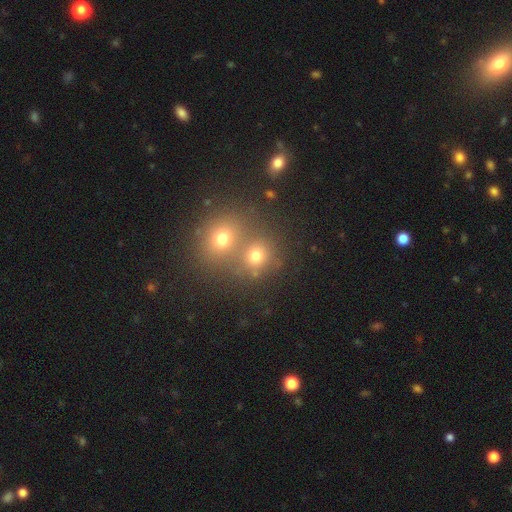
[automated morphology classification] smooth-or-featured: smooth: 71% | star or artifact: 18% | featured or disk: 10%
  how-rounded: round: 79% | in between: 20% | cigar-shaped: 1%
  merging: merger: 50% | none: 41% | minor disturbance: 6% | major disturbance: 3%